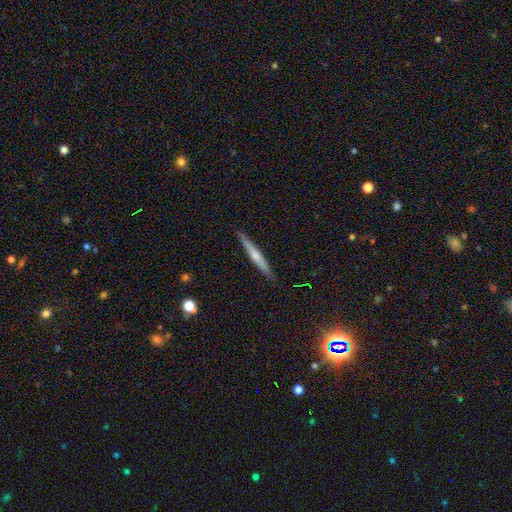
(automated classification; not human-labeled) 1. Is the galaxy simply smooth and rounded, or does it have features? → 54% featured or disk, 39% smooth, 6% star or artifact.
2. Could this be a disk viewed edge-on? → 97% yes, 3% no.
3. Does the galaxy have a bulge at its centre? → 65% rounded, 28% none, 7% boxy.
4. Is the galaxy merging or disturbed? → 90% none, 8% minor disturbance, 1% major disturbance, 1% merger.